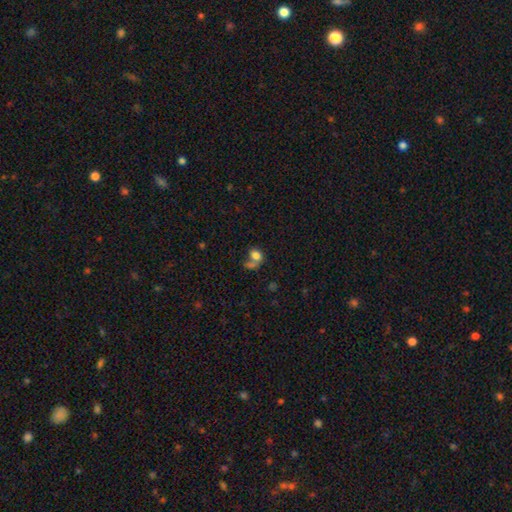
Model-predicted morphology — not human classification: Overall: smooth (75%). How rounded: in between (62%; round 37%). Merging: merger (47%; none 27%).